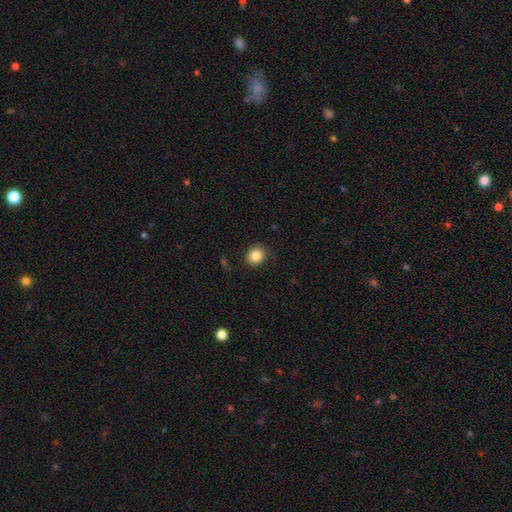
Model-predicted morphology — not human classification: The model was most divided on "how rounded": round: 70%, in between: 29%, cigar-shaped: 1%. More confident: merging — none (88%); smooth or featured — smooth (85%).